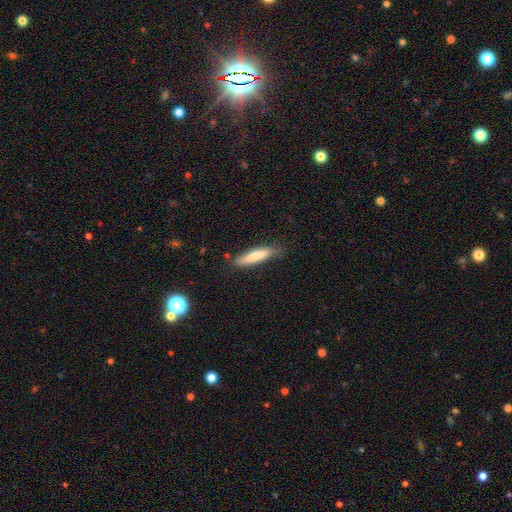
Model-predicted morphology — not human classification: This is likely a smooth galaxy (74%). How rounded: likely cigar-shaped (80%). Merging: likely none (77%).